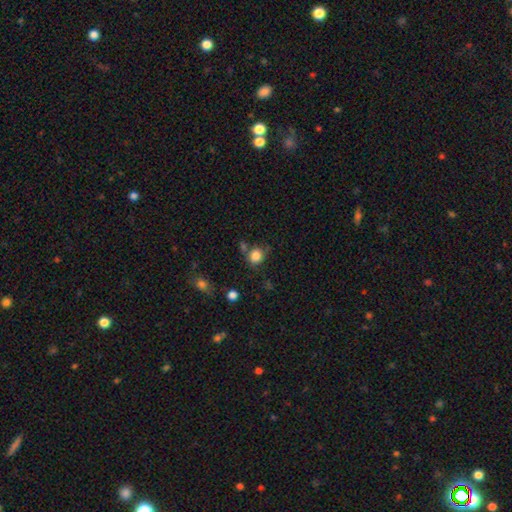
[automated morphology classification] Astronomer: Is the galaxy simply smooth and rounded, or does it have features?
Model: smooth — 84%.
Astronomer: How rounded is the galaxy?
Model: round — 82%.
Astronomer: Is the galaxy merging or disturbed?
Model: none — 65%.